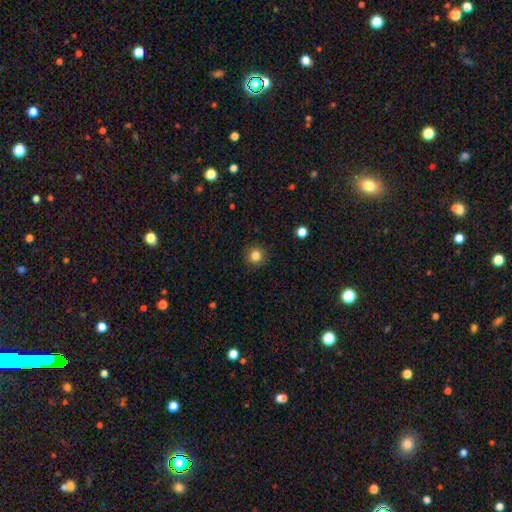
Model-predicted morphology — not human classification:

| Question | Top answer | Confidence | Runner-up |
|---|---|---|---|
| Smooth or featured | smooth | 83% | star or artifact (11%) |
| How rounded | round | 93% | in between (7%) |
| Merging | none | 89% | minor disturbance (7%) |